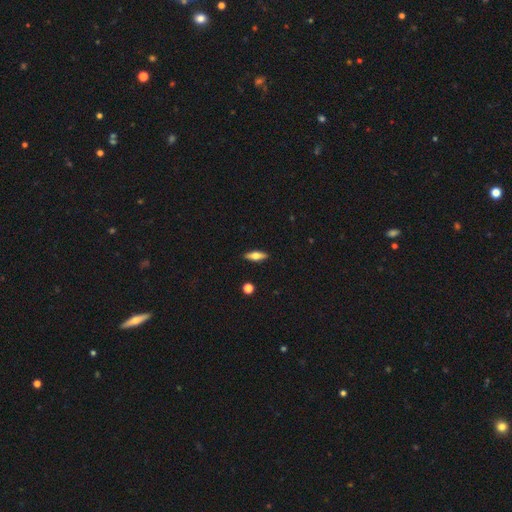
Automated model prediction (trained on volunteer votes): A smooth galaxy with no disk features (53%) that is in between round and cigar-shaped (51%). Merging: none (90%).